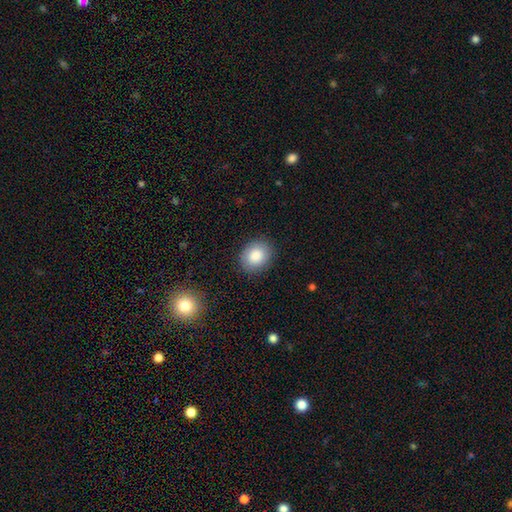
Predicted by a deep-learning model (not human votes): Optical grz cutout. It shows a smooth galaxy with no disk features (86%) that is round (63%). Merging: none (88%).